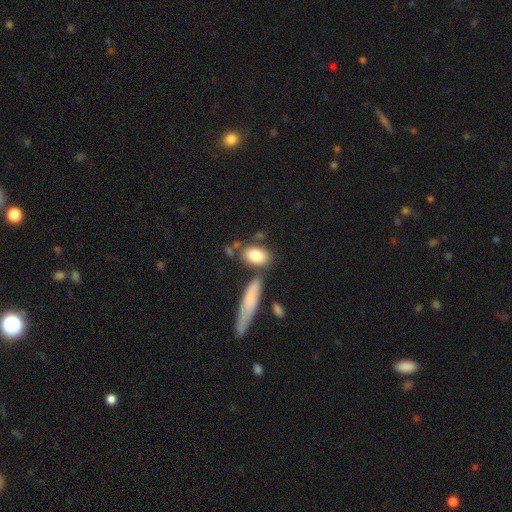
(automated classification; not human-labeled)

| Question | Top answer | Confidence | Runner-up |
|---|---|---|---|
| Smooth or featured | smooth | 82% | featured or disk (11%) |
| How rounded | in between | 87% | round (8%) |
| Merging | none | 63% | merger (18%) |